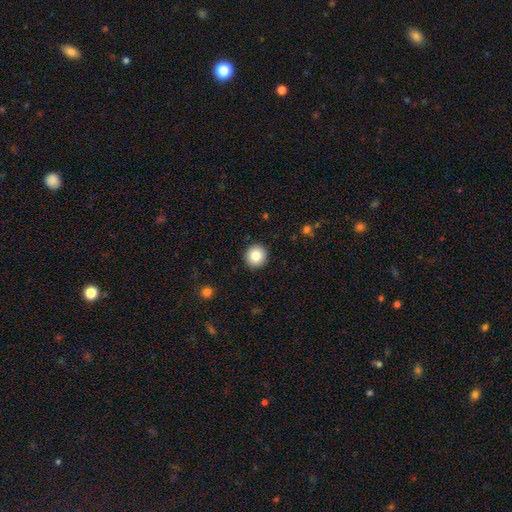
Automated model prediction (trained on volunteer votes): This appears to be a smooth galaxy with no disk features (84%) that is round (91%). Merging: none (92%).